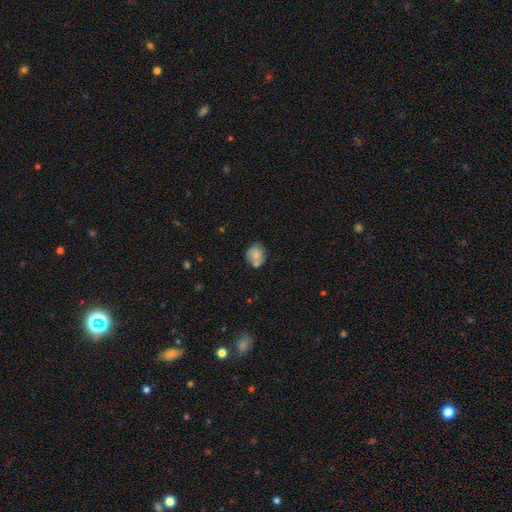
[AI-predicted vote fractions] smooth-or-featured: smooth: 71% | featured or disk: 21% | star or artifact: 8%
  how-rounded: round: 62% | in between: 37% | cigar-shaped: 1%
  merging: none: 54% | minor disturbance: 22% | merger: 18% | major disturbance: 6%